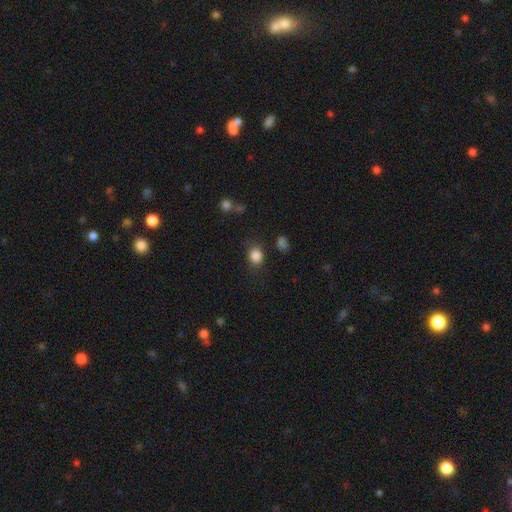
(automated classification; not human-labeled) A smooth galaxy with no disk features (85%) that is round (63%).

Vote fractions:
- Smooth or featured? smooth: 85% / star or artifact: 11% / featured or disk: 4%
- How rounded? round: 63% / in between: 36% / cigar-shaped: 1%
- Merging? none: 81% / minor disturbance: 12% / major disturbance: 4% / merger: 3%